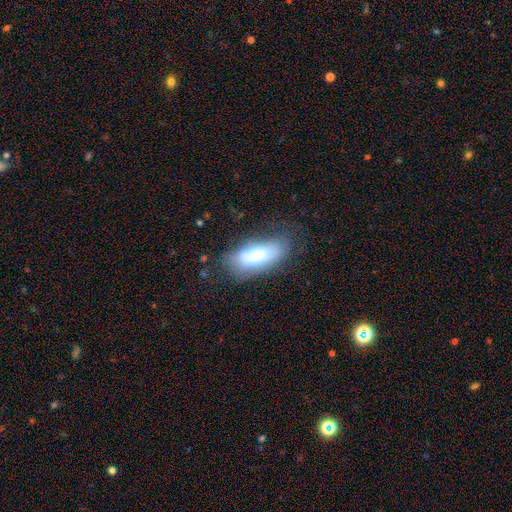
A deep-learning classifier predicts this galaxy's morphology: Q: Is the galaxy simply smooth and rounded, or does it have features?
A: smooth — 66%.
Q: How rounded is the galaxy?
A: in between — 82%.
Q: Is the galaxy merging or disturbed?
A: none — 56%.